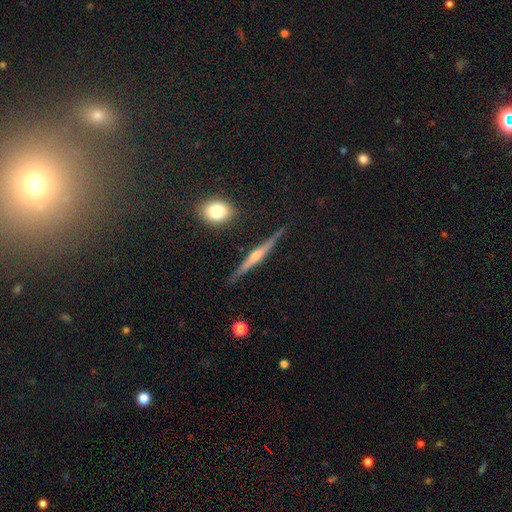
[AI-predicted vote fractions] The model was most divided on "smooth or featured": featured or disk: 77%, smooth: 17%, star or artifact: 6%. More confident: edge-on disk — yes (97%); merging — none (87%); edge-on bulge — rounded (82%).